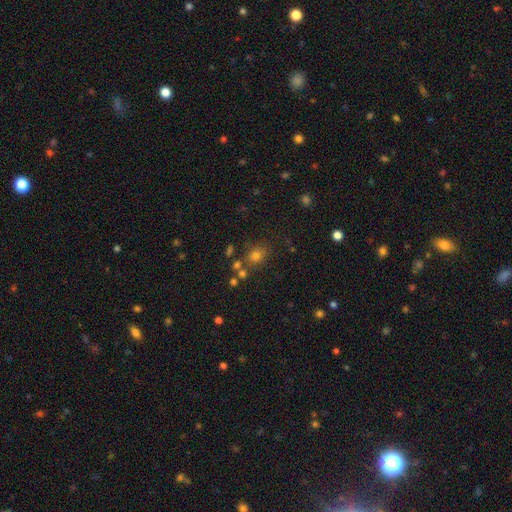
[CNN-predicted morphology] type=smooth (65%); roundness=round (64%); merging=none (73%).